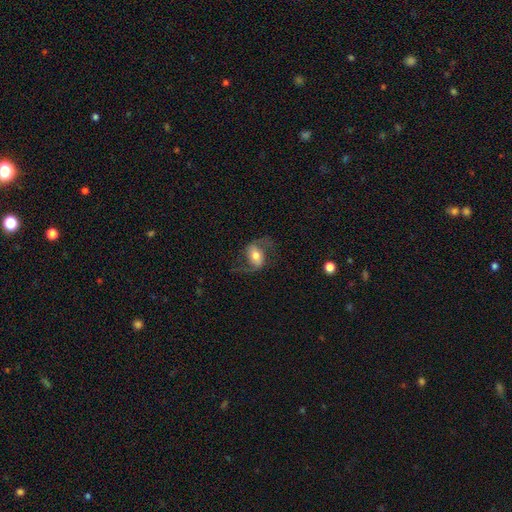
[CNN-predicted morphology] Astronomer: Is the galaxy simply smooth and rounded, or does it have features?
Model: featured or disk — 71%.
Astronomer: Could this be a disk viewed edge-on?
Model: no — 96%.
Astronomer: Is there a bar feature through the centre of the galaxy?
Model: weak — 37% (runner-up: no, 34%).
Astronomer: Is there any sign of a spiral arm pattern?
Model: yes — 90%.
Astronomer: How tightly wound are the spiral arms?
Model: loose — 60%.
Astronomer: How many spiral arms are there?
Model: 2 — 92%.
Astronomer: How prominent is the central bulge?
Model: moderate — 62%.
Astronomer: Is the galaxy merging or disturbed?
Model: none — 68%.